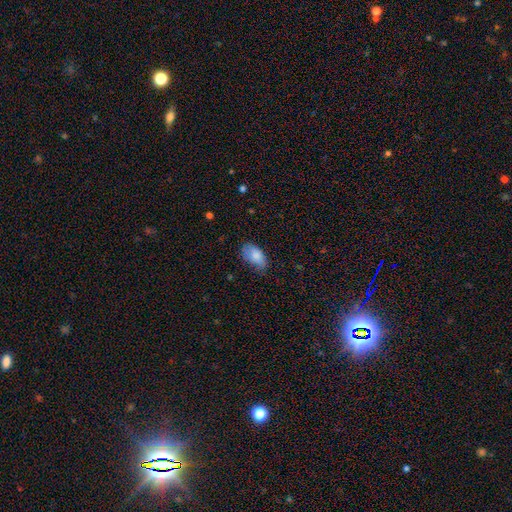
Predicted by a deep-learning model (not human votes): Overall: smooth (84%). How rounded: in between (93%). Merging: none (63%; minor disturbance 29%).